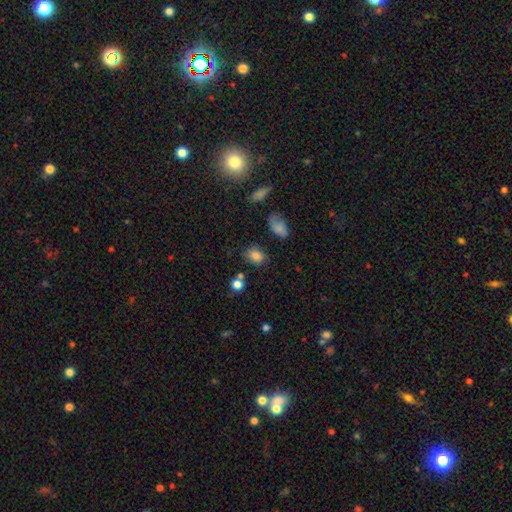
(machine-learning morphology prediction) Smooth or featured: smooth — 82% (star or artifact — 12%)
How rounded: in between — 59% (round — 39%)
Merging: none — 72% (minor disturbance — 17%)